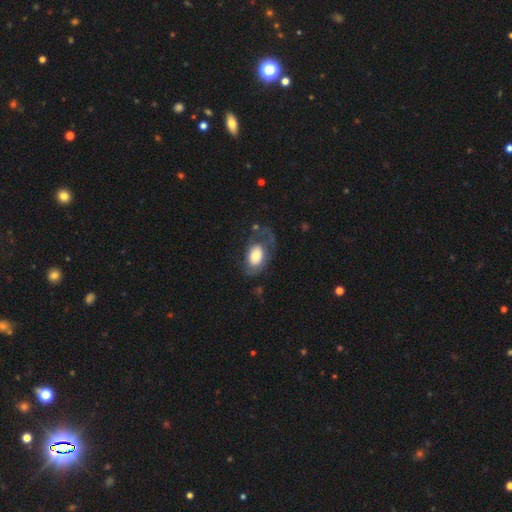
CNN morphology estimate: A smooth galaxy with no disk features (60%) that is in between round and cigar-shaped (85%).

Vote fractions:
- Smooth or featured? smooth: 60% / featured or disk: 33% / star or artifact: 6%
- How rounded? in between: 85% / round: 13% / cigar-shaped: 1%
- Merging? none: 40% / major disturbance: 34% / minor disturbance: 23% / merger: 3%